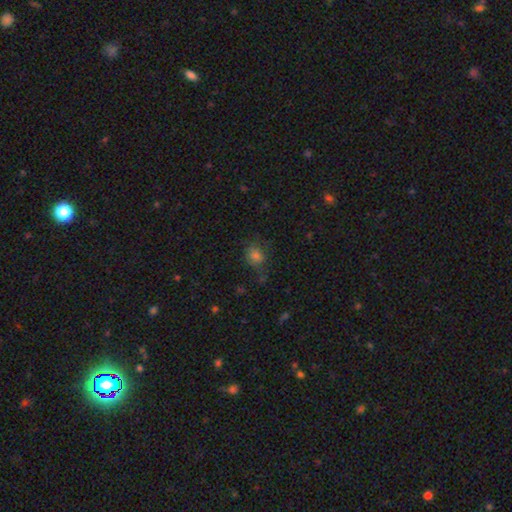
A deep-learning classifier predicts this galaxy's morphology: A smooth galaxy with no disk features (75%) that is round (64%).

Vote fractions:
- Smooth or featured? smooth: 75% / star or artifact: 17% / featured or disk: 8%
- How rounded? round: 64% / in between: 34% / cigar-shaped: 1%
- Merging? none: 69% / minor disturbance: 20% / major disturbance: 8% / merger: 3%